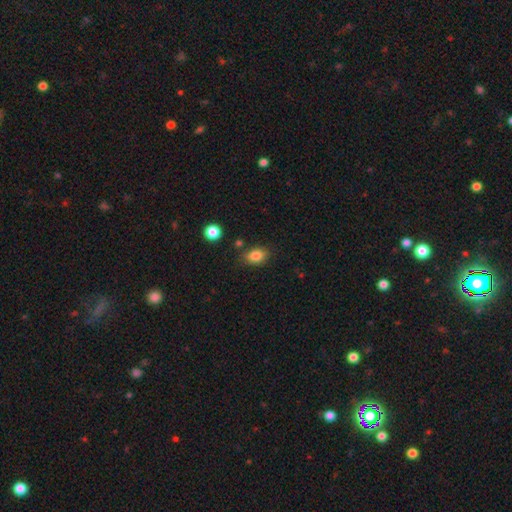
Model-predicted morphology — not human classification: smooth 84%, star or artifact 10%, featured or disk 7%. Down the decision tree: how rounded — in between (76%); merging — none (78%).